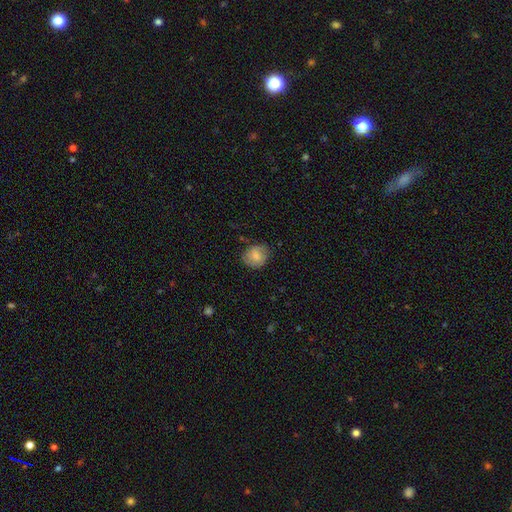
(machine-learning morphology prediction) A smooth galaxy with no disk features (71%) that is round (70%). Merging: none (75%).